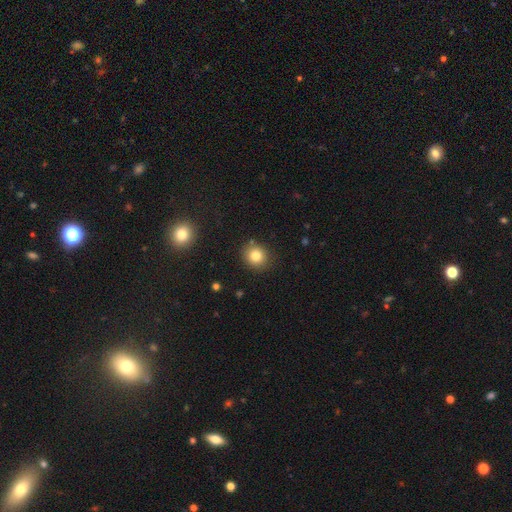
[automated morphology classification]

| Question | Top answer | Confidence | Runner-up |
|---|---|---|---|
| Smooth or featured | smooth | 81% | star or artifact (12%) |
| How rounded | round | 83% | in between (16%) |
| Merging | none | 87% | minor disturbance (8%) |